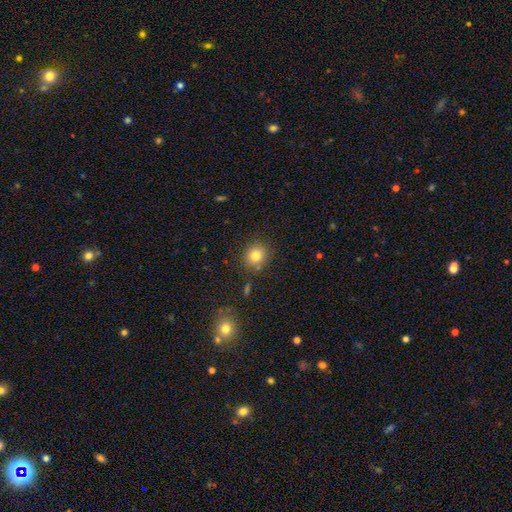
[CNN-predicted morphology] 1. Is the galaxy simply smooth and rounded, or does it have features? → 81% smooth, 12% star or artifact, 7% featured or disk.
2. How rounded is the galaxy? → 82% round, 17% in between, 1% cigar-shaped.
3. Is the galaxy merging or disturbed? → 82% none, 11% minor disturbance, 3% merger, 3% major disturbance.